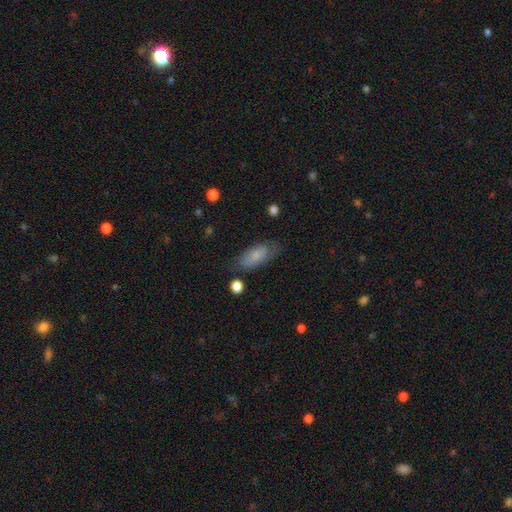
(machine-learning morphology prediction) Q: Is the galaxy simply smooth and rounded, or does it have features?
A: smooth — 72%.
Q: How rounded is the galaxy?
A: in between — 81%.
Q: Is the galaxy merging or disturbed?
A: none — 69%.